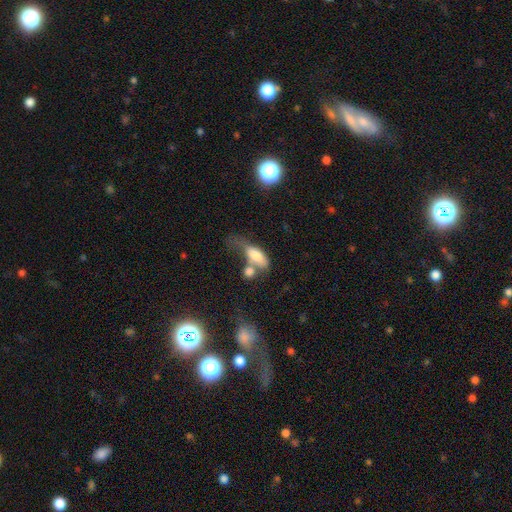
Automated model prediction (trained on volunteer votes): This appears to be a smooth galaxy with no disk features (71%) that is in between round and cigar-shaped (78%). Merging: merger (45%).